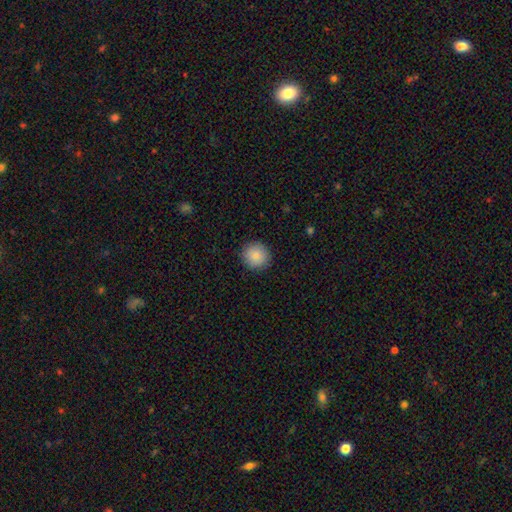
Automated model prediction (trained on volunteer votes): smooth_or_featured: smooth (p=0.87) [alt: star or artifact p=0.08]
how_rounded: round (p=0.93) [alt: in between p=0.06]
merging: none (p=0.91) [alt: minor disturbance p=0.06]